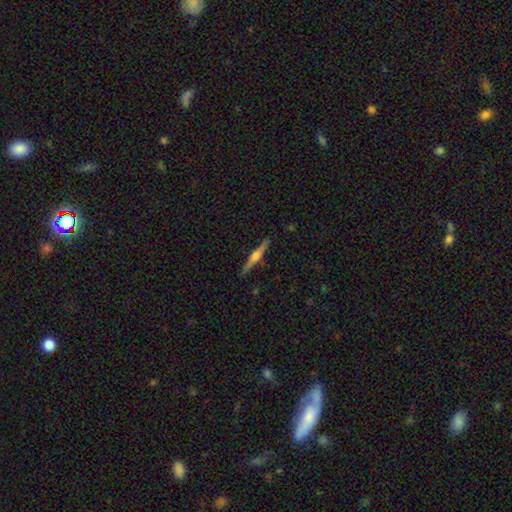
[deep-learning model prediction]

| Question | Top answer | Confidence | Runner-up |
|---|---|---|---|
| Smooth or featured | featured or disk | 71% | smooth (23%) |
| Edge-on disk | yes | 98% | no (2%) |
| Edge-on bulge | rounded | 86% | boxy (9%) |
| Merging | none | 90% | minor disturbance (8%) |